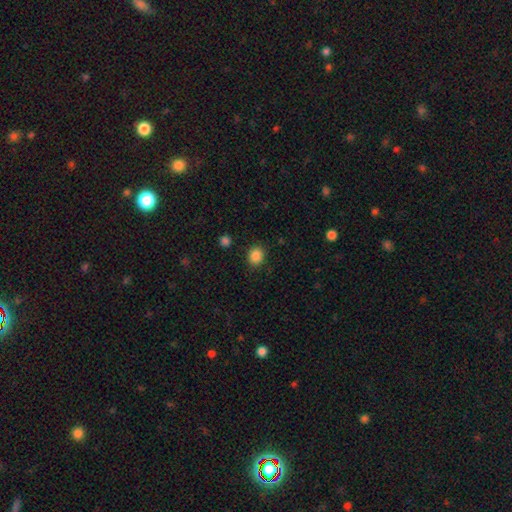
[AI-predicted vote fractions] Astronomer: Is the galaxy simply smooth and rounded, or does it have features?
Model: smooth — 86%.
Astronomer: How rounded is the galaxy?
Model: round — 68%.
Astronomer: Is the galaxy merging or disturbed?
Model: none — 88%.